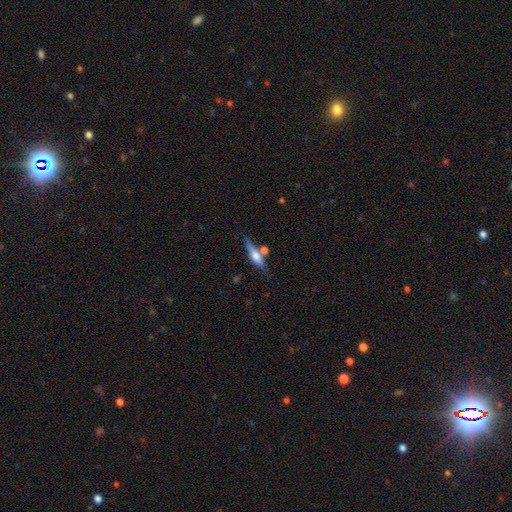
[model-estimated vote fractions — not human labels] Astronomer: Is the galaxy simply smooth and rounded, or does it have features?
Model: smooth — 47% (runner-up: featured or disk, 46%).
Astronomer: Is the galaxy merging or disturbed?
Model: none — 62%.